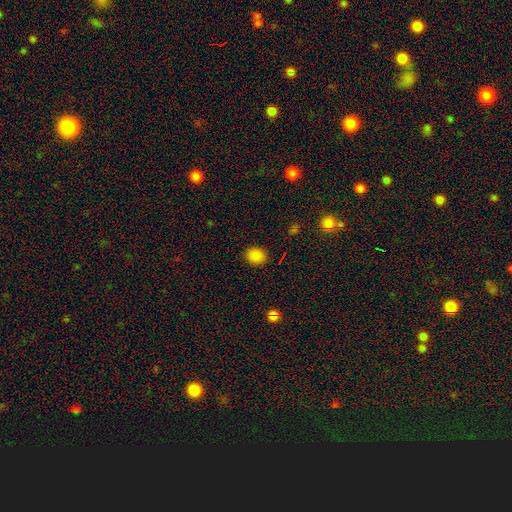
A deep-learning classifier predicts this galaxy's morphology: Overall: smooth (83%). How rounded: round (63%; in between 36%). Merging: none (88%).